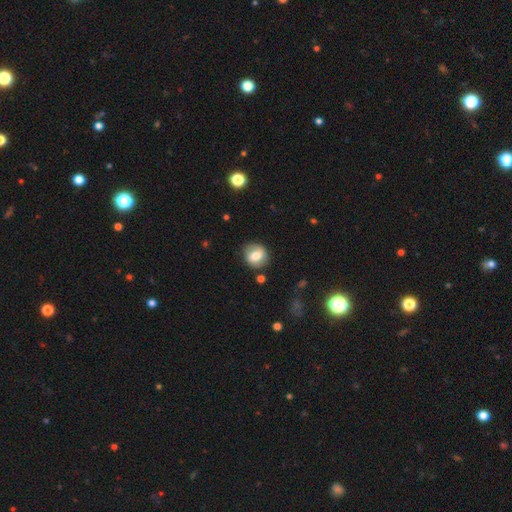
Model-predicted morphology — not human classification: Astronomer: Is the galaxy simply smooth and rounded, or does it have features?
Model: smooth — 61%.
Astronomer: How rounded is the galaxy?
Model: round — 79%.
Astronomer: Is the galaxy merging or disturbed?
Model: none — 80%.